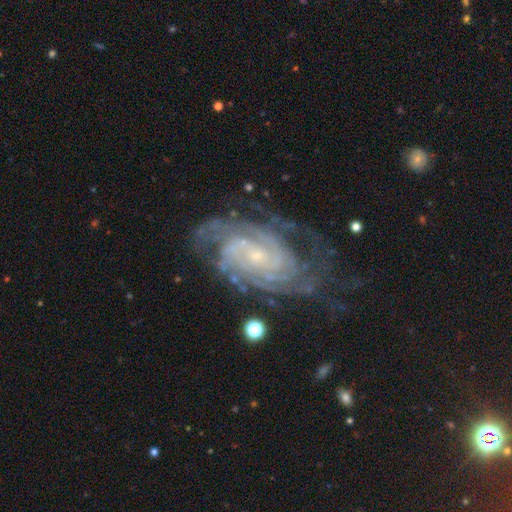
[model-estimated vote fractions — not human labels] A featured or disk galaxy (88%) with no bar (66%), tight (71%) spiral arms (97%) and a small central bulge (82%).

Vote fractions:
- Smooth or featured? featured or disk: 88% / star or artifact: 6% / smooth: 5%
- Edge-on disk? no: 96% / yes: 4%
- Bar? no: 66% / weak: 26% / strong: 8%
- Spiral arms? yes: 97% / no: 3%
- Spiral winding? tight: 71% / medium: 25% / loose: 4%
- Spiral arm count? can't tell: 27% / 4: 21% / 2: 19% / 3: 17% / more than 4: 10% / 1: 6%
- Bulge size? small: 82% / moderate: 12% / none: 4% / large: 1% / dominant: 1%
- Merging? none: 64% / minor disturbance: 21% / major disturbance: 13% / merger: 2%